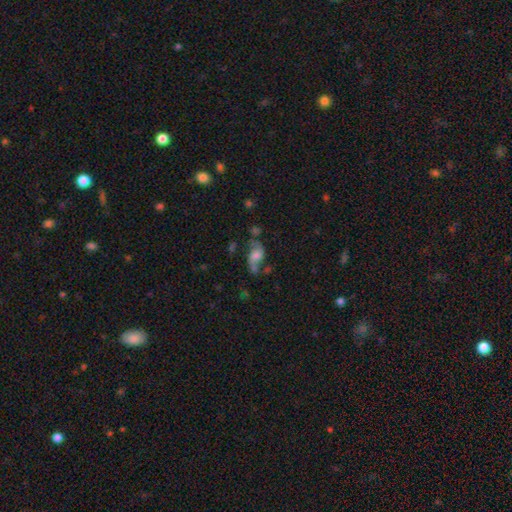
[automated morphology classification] featured or disk 55%, smooth 33%, star or artifact 12%. Down the decision tree: edge-on disk — no (95%); bar — no (60%); spiral arms — yes (83%); bulge size — moderate (32%); merging — none (41%).